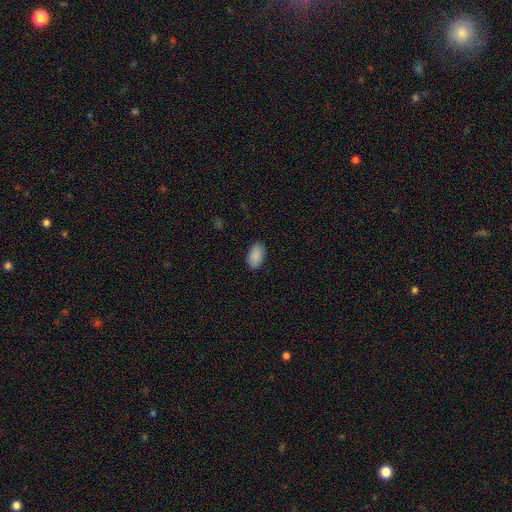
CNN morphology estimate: smooth 89%, star or artifact 7%, featured or disk 4%. Down the decision tree: how rounded — in between (93%); merging — none (87%).